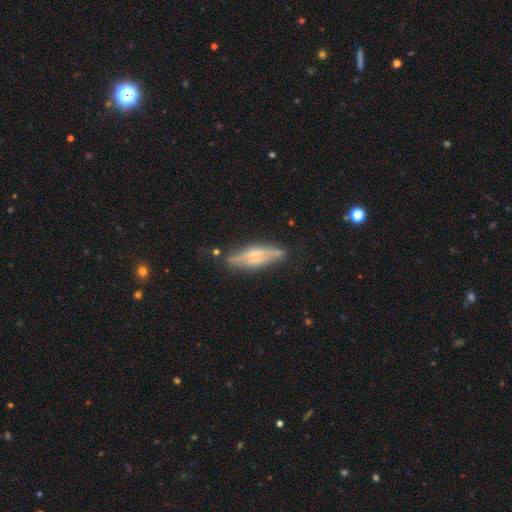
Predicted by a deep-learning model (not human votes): smooth_or_featured: featured or disk (p=0.67) [alt: smooth p=0.25]
disk_edge_on: yes (p=0.86) [alt: no p=0.14]
edge_on_bulge: rounded (p=0.62) [alt: boxy p=0.20]
merging: none (p=0.75) [alt: minor disturbance p=0.17]